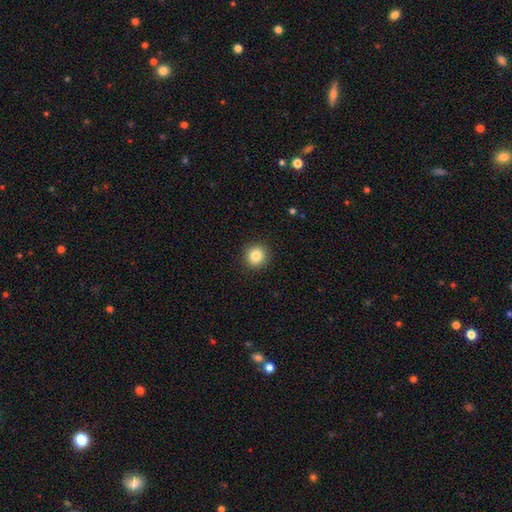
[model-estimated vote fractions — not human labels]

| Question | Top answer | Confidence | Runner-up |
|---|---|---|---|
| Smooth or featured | smooth | 84% | star or artifact (10%) |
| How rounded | round | 92% | in between (7%) |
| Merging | none | 92% | minor disturbance (5%) |